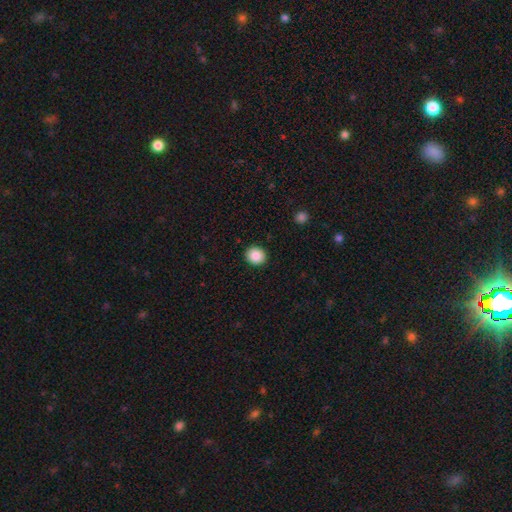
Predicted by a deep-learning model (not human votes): Smooth or featured? smooth (88%)
How rounded? round (82%)
Merging? none (92%)